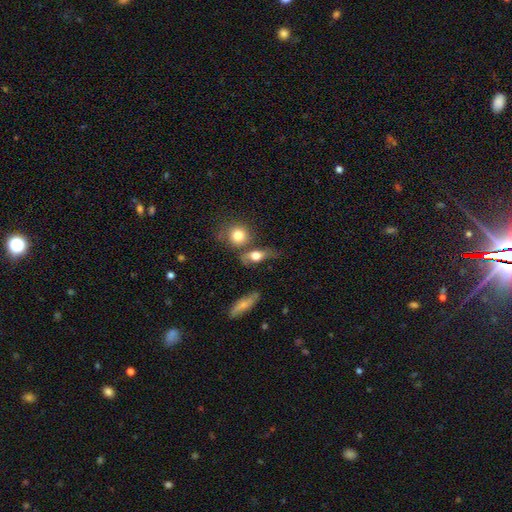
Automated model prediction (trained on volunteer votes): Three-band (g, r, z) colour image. It shows a smooth galaxy with no disk features (67%) that is in between round and cigar-shaped (57%). Merging: none (50%).